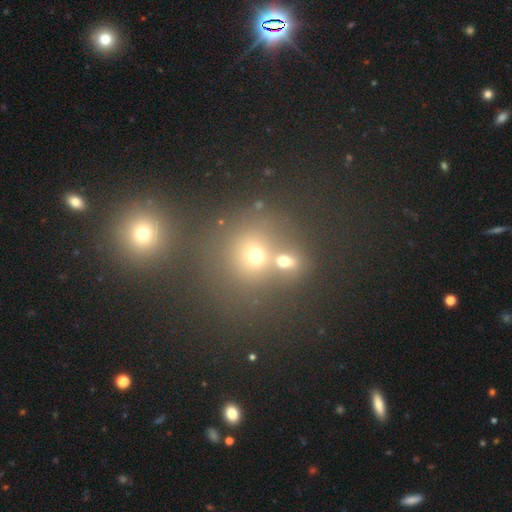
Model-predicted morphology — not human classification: This is likely a smooth galaxy (61%). How rounded: clearly round (85%). Merging: possibly none (56%).